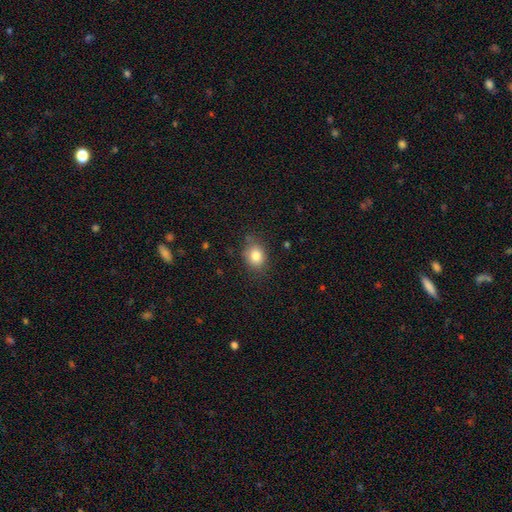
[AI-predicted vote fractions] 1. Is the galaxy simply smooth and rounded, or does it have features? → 83% smooth, 10% star or artifact, 7% featured or disk.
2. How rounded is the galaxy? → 50% round, 49% in between, 1% cigar-shaped.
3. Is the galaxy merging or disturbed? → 77% none, 17% minor disturbance, 4% major disturbance, 2% merger.